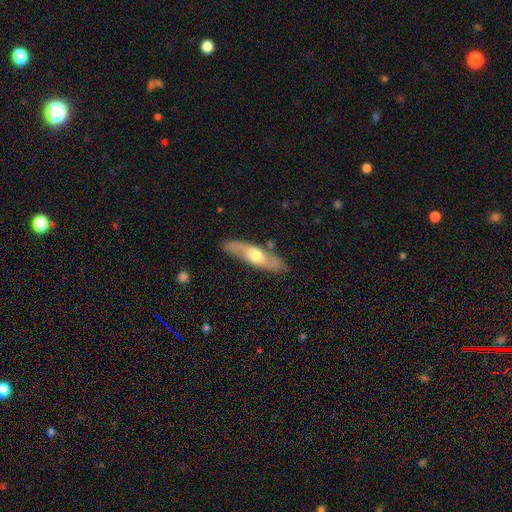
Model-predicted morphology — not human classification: smooth-or-featured: featured or disk: 50% | smooth: 45% | star or artifact: 5%
  merging: none: 82% | minor disturbance: 12% | major disturbance: 3% | merger: 3%